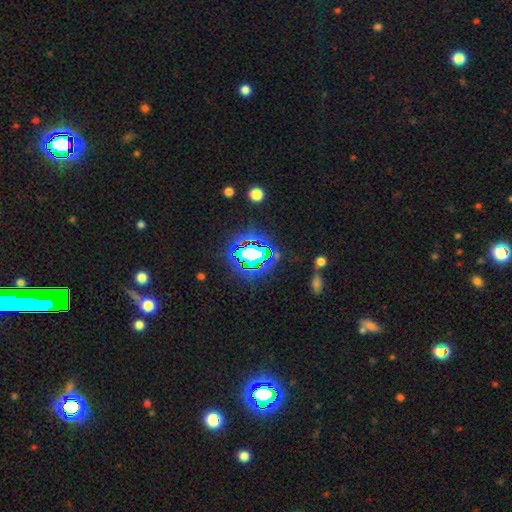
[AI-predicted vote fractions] Morphology: type=star or artifact (69%).